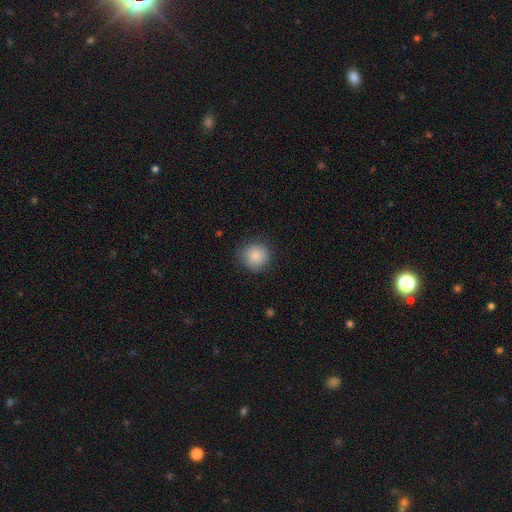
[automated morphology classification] Smooth or featured? Predicted: smooth (p=0.87). How rounded? Predicted: round (p=0.91). Merging? Predicted: none (p=0.82).